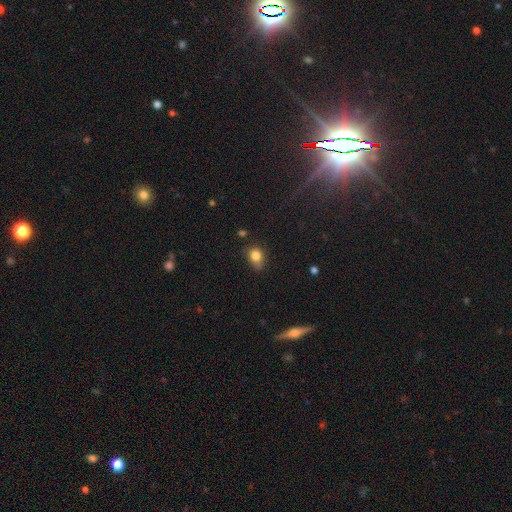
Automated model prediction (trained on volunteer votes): This appears to be a smooth galaxy with no disk features (82%) that is in between round and cigar-shaped (56%). Merging: none (54%).